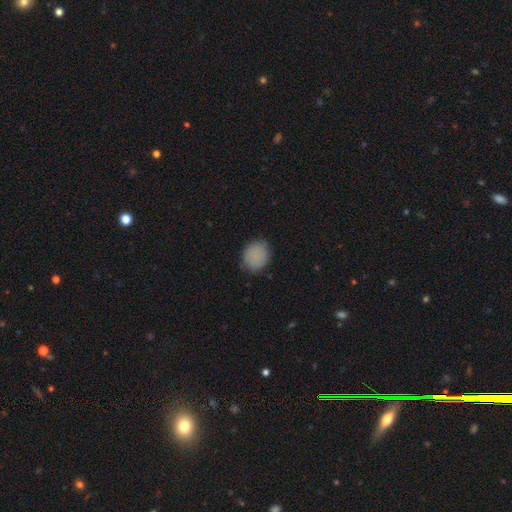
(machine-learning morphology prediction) Smooth or featured? Predicted: smooth (p=0.84). How rounded? Predicted: round (p=0.70). Merging? Predicted: none (p=0.78).